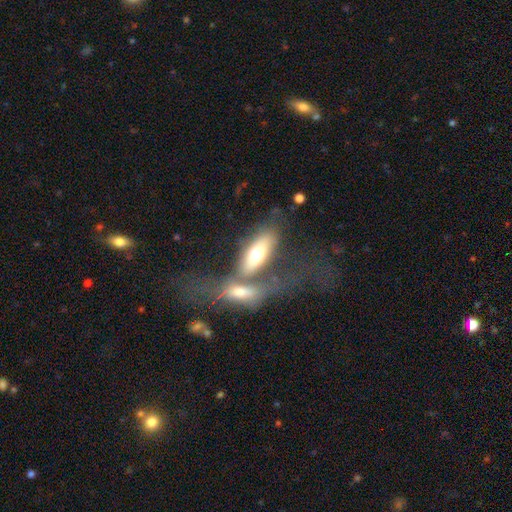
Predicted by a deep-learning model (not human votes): Overall: smooth (52%; featured or disk 40%). How rounded: in between (69%). Merging: merger (62%).